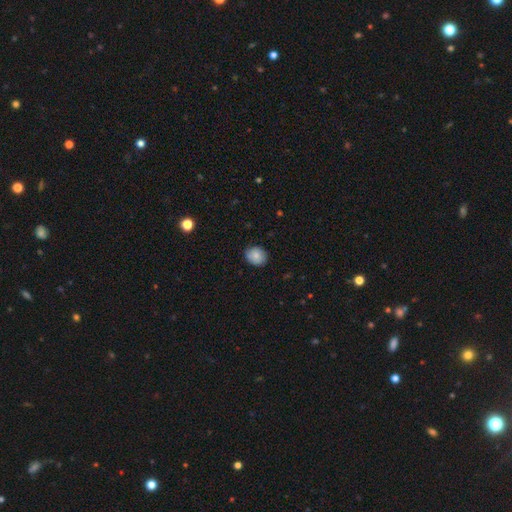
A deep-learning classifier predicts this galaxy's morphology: A smooth galaxy with no disk features (82%) that is round (67%). Merging: none (84%).